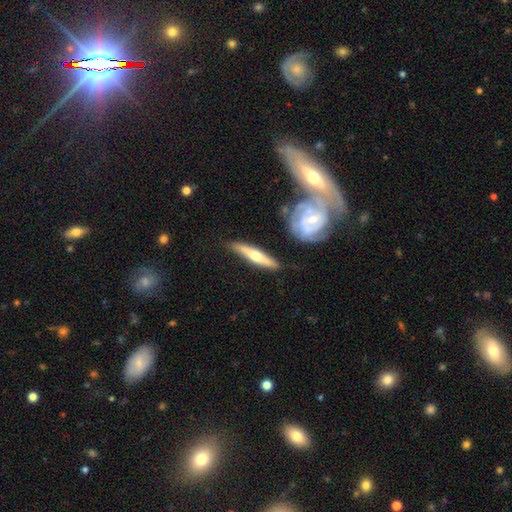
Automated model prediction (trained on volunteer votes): Smooth or featured? Predicted: featured or disk (p=0.59). Edge-on disk? Predicted: yes (p=0.88). Edge-on bulge? Predicted: rounded (p=0.86). Merging? Predicted: none (p=0.80).